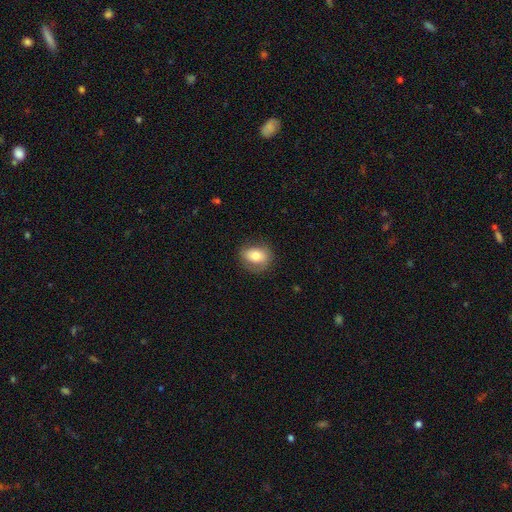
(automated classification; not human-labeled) Smooth or featured? Predicted: smooth (p=0.72). How rounded? Predicted: in between (p=0.63). Merging? Predicted: none (p=0.74).